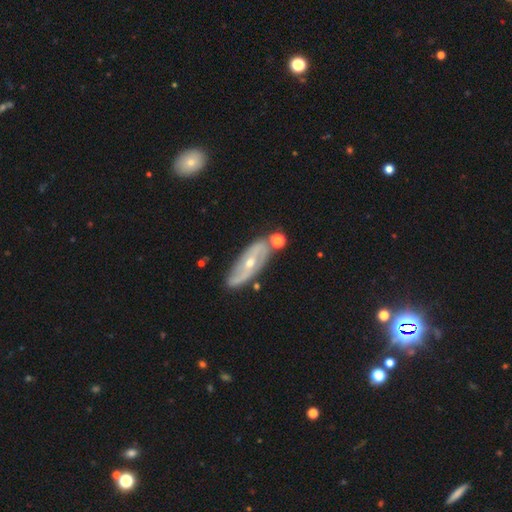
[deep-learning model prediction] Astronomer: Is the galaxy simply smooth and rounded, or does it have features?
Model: featured or disk — 75%.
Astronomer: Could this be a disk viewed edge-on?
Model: no — 82%.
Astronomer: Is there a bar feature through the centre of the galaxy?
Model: no — 61%.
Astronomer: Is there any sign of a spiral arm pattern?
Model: yes — 84%.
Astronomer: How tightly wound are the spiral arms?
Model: tight — 42% (runner-up: medium, 37%).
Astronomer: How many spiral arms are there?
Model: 2 — 57%.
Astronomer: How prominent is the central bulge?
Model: small — 59% (runner-up: moderate, 38%).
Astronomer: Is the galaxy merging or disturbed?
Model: none — 74%.